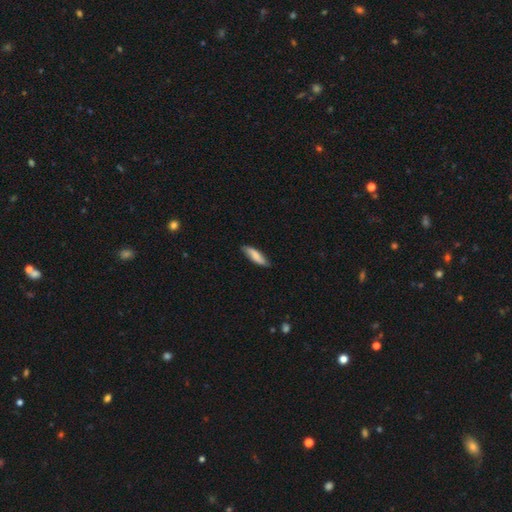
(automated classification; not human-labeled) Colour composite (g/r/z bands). It shows a smooth galaxy with no disk features (74%) that is cigar-shaped (61%). Merging: none (79%).